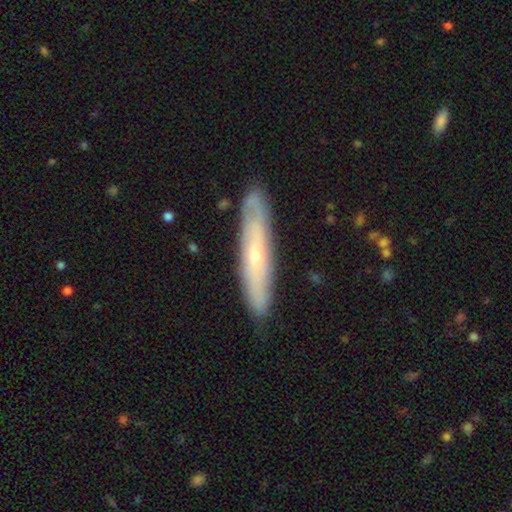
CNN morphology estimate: type=featured or disk (58%); edge-on=yes (59%); merging=none (84%).